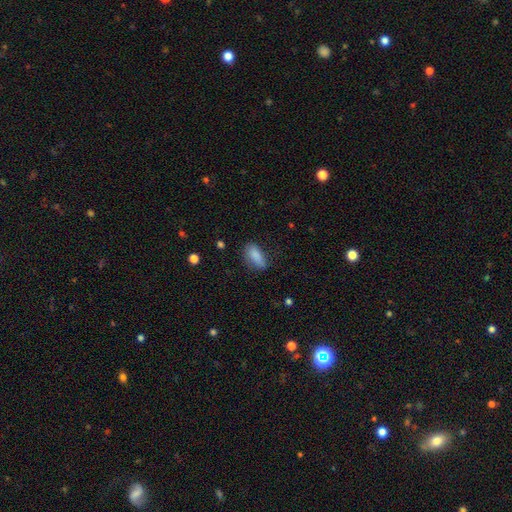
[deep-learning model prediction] Smooth or featured? smooth (86%)
How rounded? in between (87%)
Merging? none (68%)